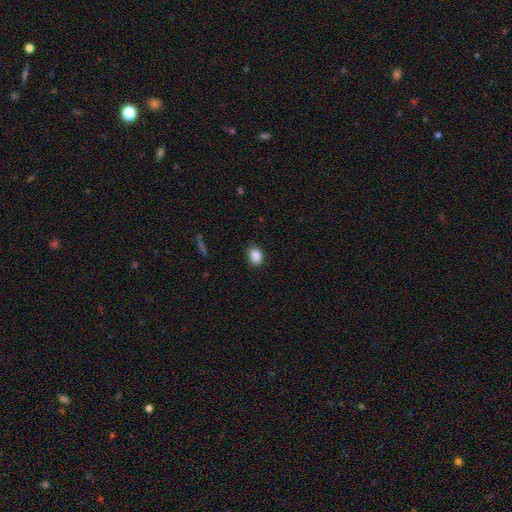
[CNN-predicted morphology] Smooth or featured? Predicted: smooth (p=0.88). How rounded? Predicted: in between (p=0.68). Merging? Predicted: none (p=0.84).